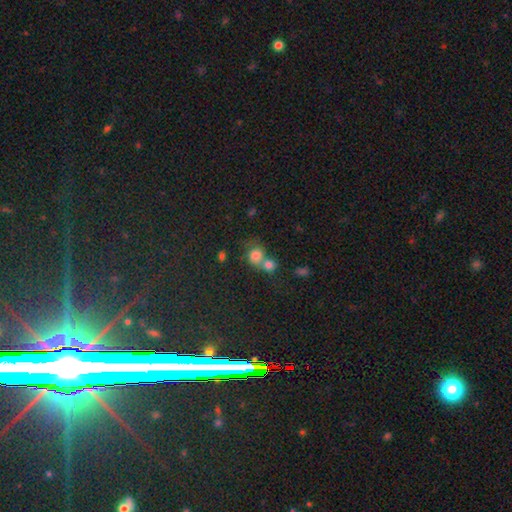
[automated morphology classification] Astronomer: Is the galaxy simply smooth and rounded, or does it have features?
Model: smooth — 76%.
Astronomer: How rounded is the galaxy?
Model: round — 73%.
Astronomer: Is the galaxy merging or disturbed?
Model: merger — 55% (runner-up: none, 31%).